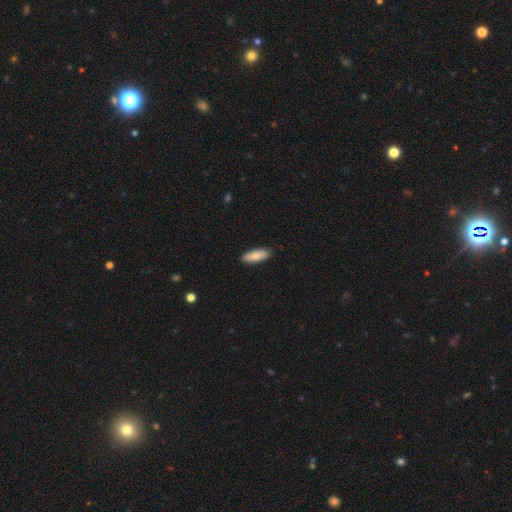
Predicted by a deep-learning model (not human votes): A smooth galaxy with no disk features (80%) that is in between round and cigar-shaped (60%). Merging: none (89%).